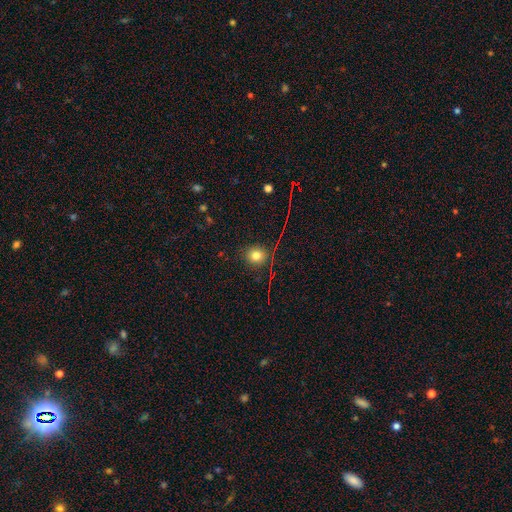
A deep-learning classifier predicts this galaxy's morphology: Smooth or featured: smooth — 77% (star or artifact — 16%)
How rounded: round — 83% (in between — 16%)
Merging: none — 87% (minor disturbance — 9%)